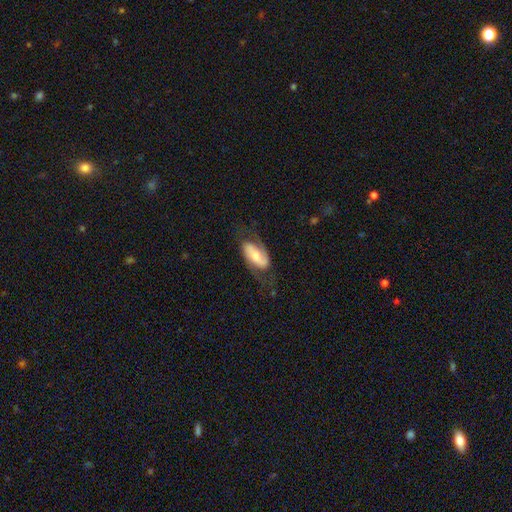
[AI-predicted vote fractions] A featured or disk galaxy (63%) with no bar (39%), 2 (82%) medium (41%) spiral arms (87%) and a moderate central bulge (54%). Merging: none (62%).